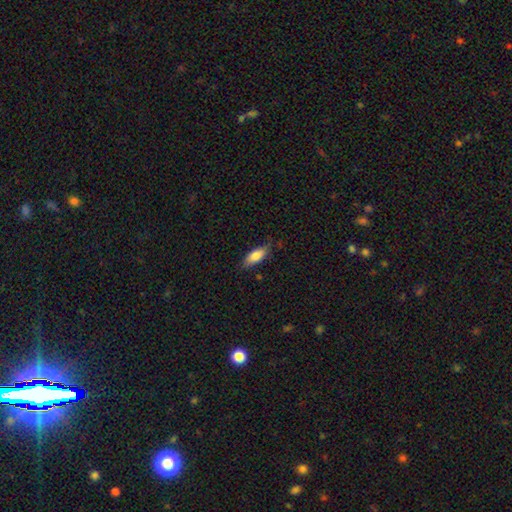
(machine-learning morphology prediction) Overall: smooth (81%). How rounded: in between (76%). Merging: none (72%).